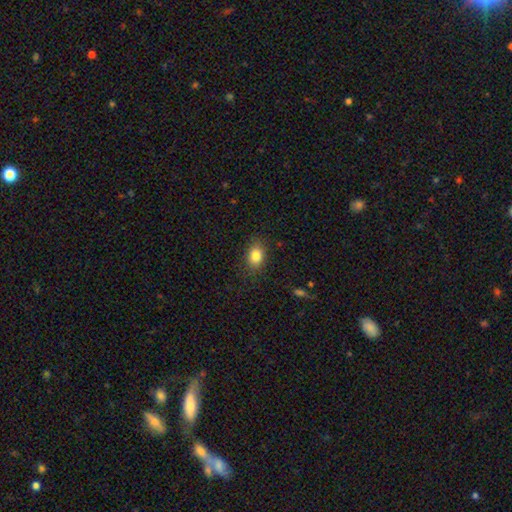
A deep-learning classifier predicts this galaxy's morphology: This appears to be a smooth galaxy with no disk features (83%) that is in between round and cigar-shaped (72%). Merging: none (83%).